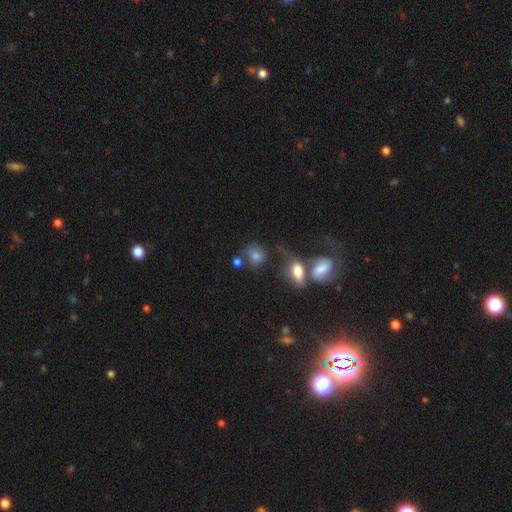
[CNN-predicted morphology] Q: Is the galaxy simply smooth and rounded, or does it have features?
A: smooth — 69%.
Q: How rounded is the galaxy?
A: round — 62%.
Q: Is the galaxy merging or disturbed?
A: none — 41%.